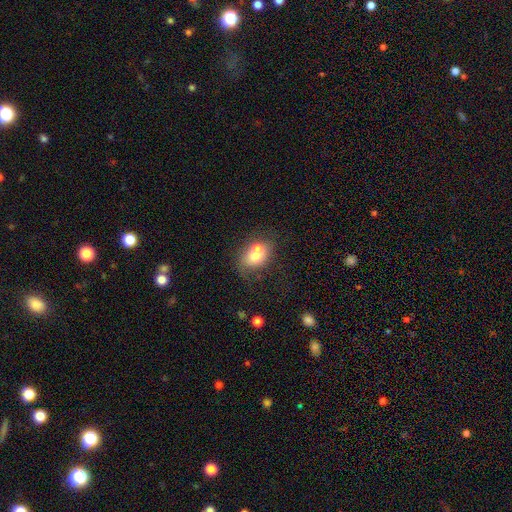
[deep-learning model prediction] The model was most divided on "merging": merger: 52%, none: 30%, minor disturbance: 11%, major disturbance: 6%. More confident: smooth or featured — smooth (64%); how rounded — in between (62%).